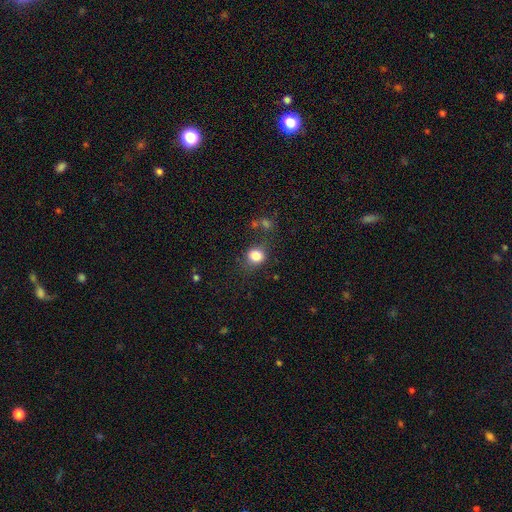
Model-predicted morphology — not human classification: Smooth or featured?
  - smooth: 82% *
  - star or artifact: 11%
  - featured or disk: 7%
How rounded?
  - round: 66% *
  - in between: 33%
  - cigar-shaped: 1%
Merging?
  - none: 72% *
  - minor disturbance: 17%
  - major disturbance: 7%
  - merger: 4%